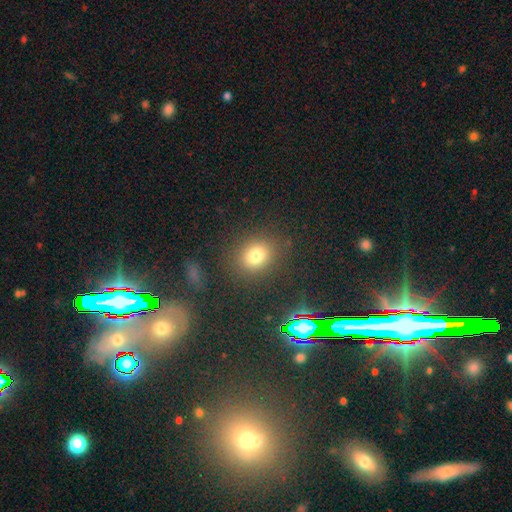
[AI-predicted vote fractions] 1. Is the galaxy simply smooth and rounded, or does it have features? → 77% smooth, 15% star or artifact, 8% featured or disk.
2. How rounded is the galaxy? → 63% round, 36% in between, 1% cigar-shaped.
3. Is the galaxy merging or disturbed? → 84% none, 9% minor disturbance, 4% major disturbance, 2% merger.